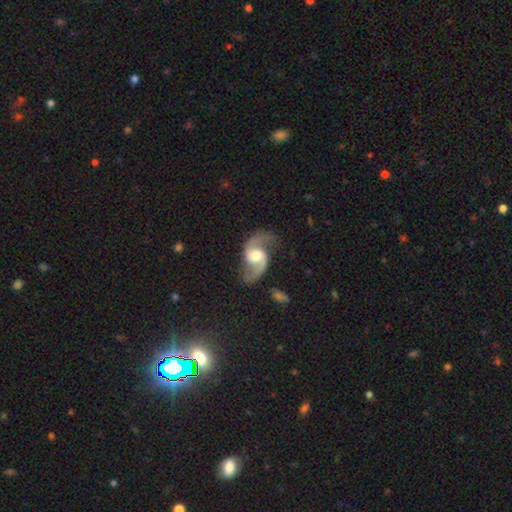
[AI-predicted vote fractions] A featured or disk galaxy (90%) with no bar (50%), 2 (94%) loose (51%) spiral arms (97%) and a moderate central bulge (65%). Merging: none (74%).